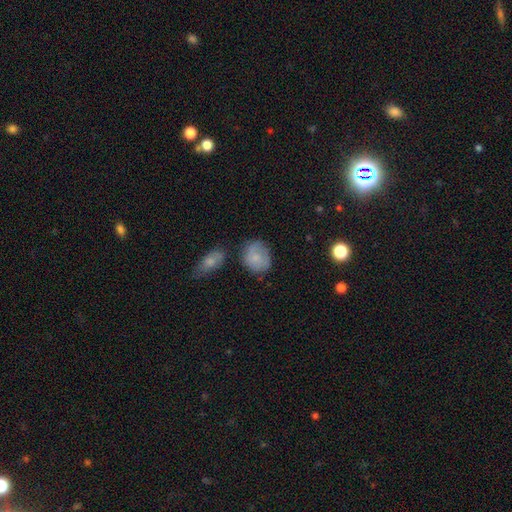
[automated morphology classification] Smooth or featured: smooth — 77% (featured or disk — 15%)
How rounded: round — 56% (in between — 42%)
Merging: none — 60% (minor disturbance — 25%)